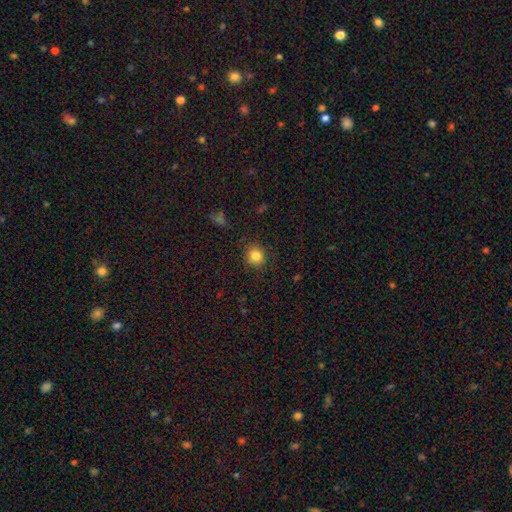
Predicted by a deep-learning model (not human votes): smooth-or-featured: smooth: 82% | star or artifact: 12% | featured or disk: 6%
  how-rounded: round: 87% | in between: 12% | cigar-shaped: 1%
  merging: none: 87% | minor disturbance: 9% | major disturbance: 3% | merger: 1%